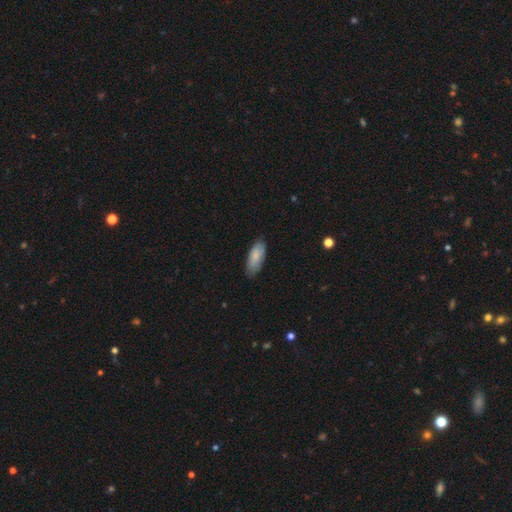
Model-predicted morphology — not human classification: Smooth or featured: smooth — 82% (featured or disk — 13%)
How rounded: in between — 82% (cigar-shaped — 16%)
Merging: none — 78% (minor disturbance — 18%)